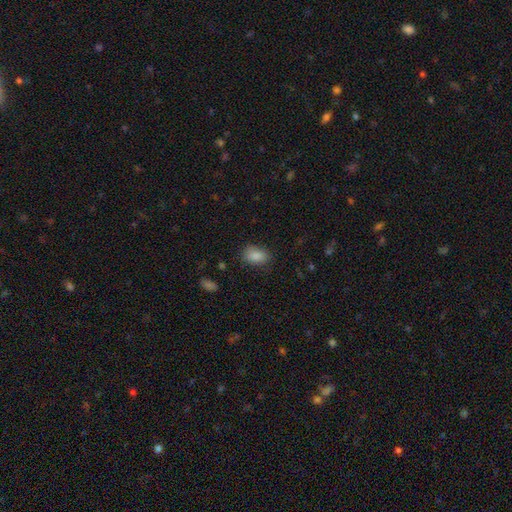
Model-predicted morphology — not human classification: Q: Smooth or featured?
A: smooth (87%); runner-up: star or artifact (9%)
Q: How rounded?
A: in between (87%); runner-up: round (11%)
Q: Merging?
A: none (80%); runner-up: minor disturbance (15%)